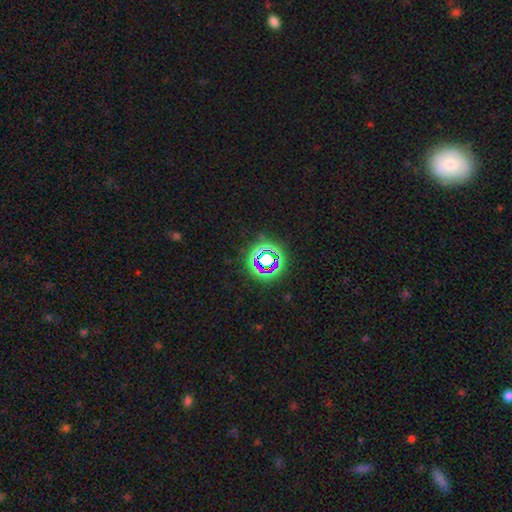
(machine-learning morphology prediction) Smooth or featured?
  - star or artifact: 67% *
  - smooth: 21%
  - featured or disk: 11%